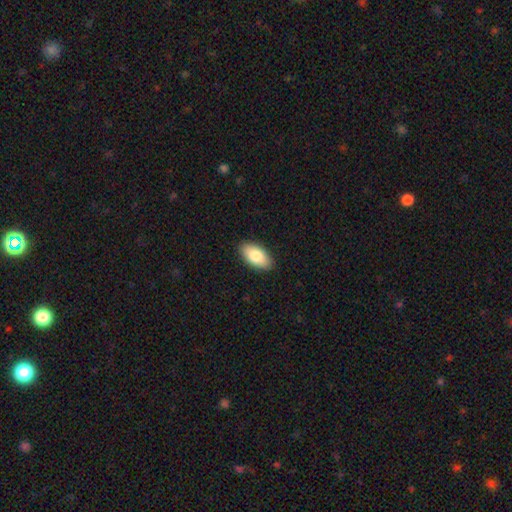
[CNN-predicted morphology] type=smooth (84%); roundness=in between (94%); merging=none (89%).